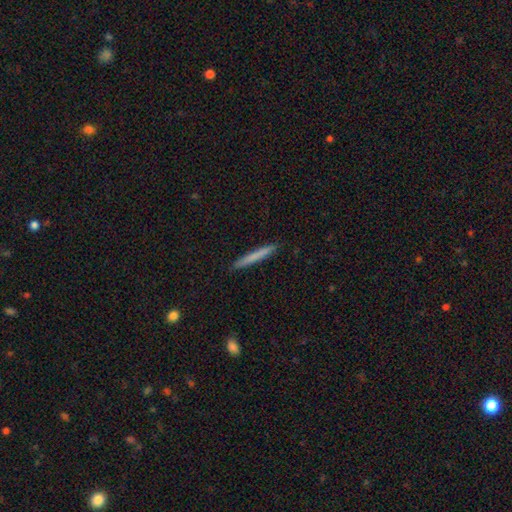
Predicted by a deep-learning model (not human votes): Morphology: type=smooth (71%); roundness=cigar-shaped (97%); merging=none (92%).